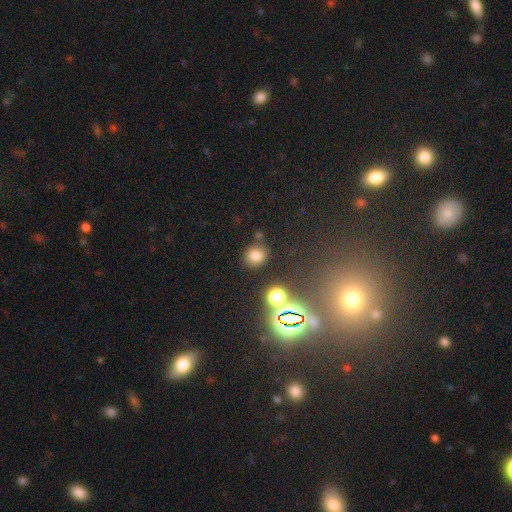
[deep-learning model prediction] Smooth or featured? Predicted: smooth (p=0.74). How rounded? Predicted: round (p=0.78). Merging? Predicted: none (p=0.79).